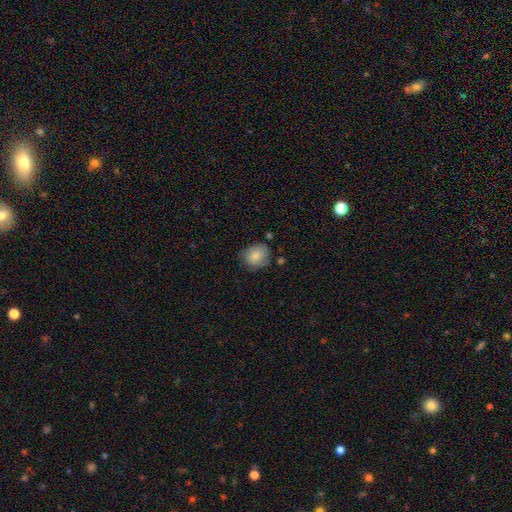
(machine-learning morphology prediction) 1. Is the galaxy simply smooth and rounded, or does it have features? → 82% smooth, 10% featured or disk, 8% star or artifact.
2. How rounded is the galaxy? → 69% round, 30% in between, 1% cigar-shaped.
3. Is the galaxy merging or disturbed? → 71% none, 21% minor disturbance, 4% major disturbance, 3% merger.